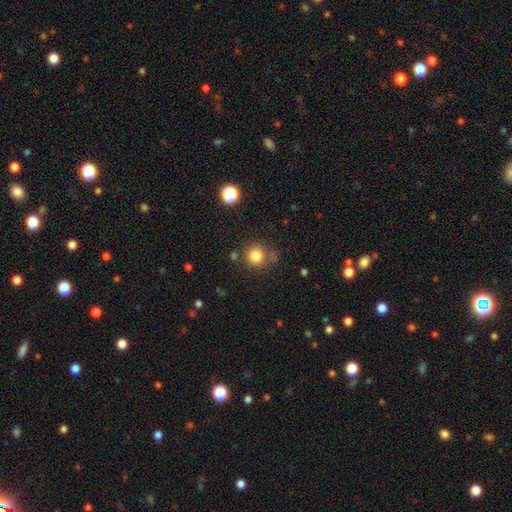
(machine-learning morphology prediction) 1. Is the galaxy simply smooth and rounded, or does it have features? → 81% smooth, 12% star or artifact, 6% featured or disk.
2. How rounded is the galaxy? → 91% round, 8% in between, 1% cigar-shaped.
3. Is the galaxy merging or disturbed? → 72% none, 13% minor disturbance, 9% merger, 6% major disturbance.